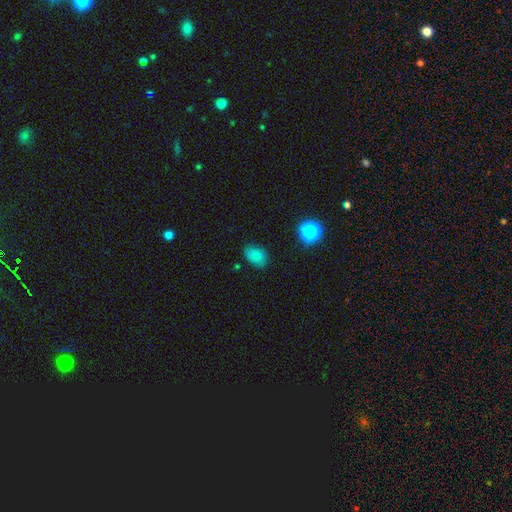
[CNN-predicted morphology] smooth_or_featured: smooth (p=0.81) [alt: star or artifact p=0.14]
how_rounded: in between (p=0.81) [alt: round p=0.18]
merging: none (p=0.77) [alt: minor disturbance p=0.17]